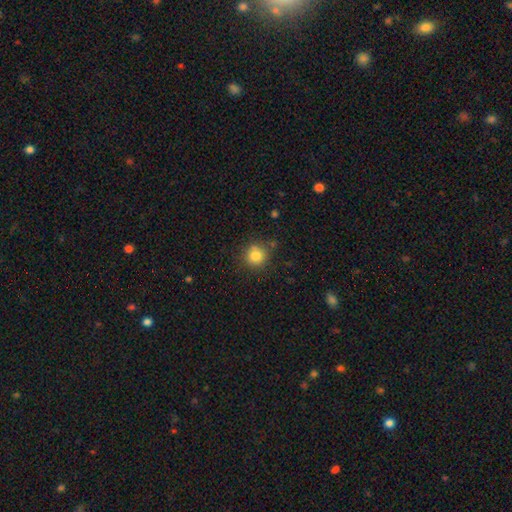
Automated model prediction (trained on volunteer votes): Overall: smooth (83%). How rounded: round (91%). Merging: none (81%).